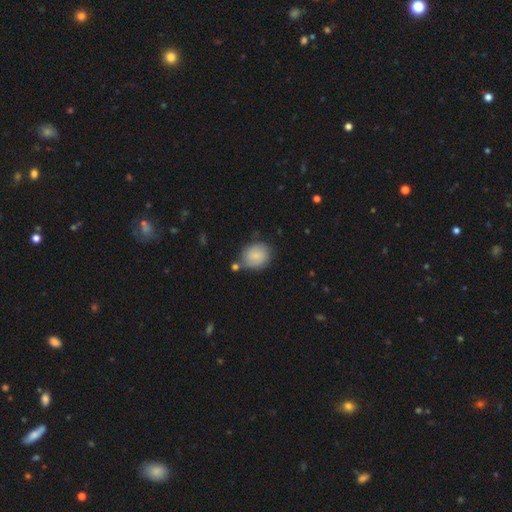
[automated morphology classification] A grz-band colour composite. It shows a smooth galaxy with no disk features (73%) that is round (66%). Merging: none (62%).